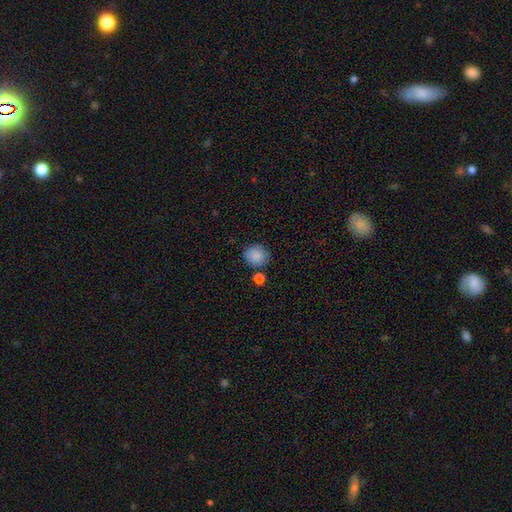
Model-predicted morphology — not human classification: Smooth or featured: smooth — 87% (star or artifact — 8%)
How rounded: round — 80% (in between — 19%)
Merging: none — 76% (minor disturbance — 13%)